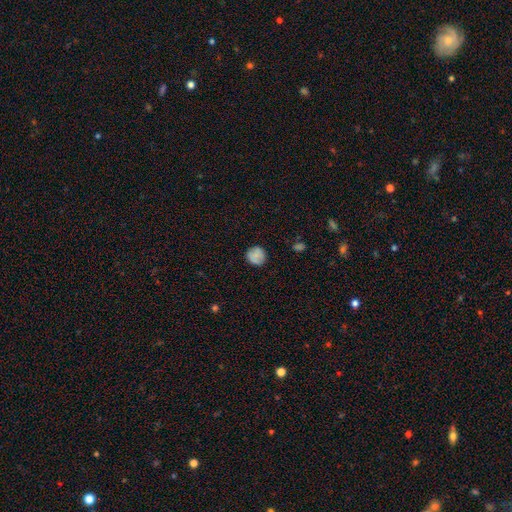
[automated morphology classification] Smooth or featured: smooth — 79% (featured or disk — 11%)
How rounded: round — 88% (in between — 11%)
Merging: none — 81% (minor disturbance — 14%)